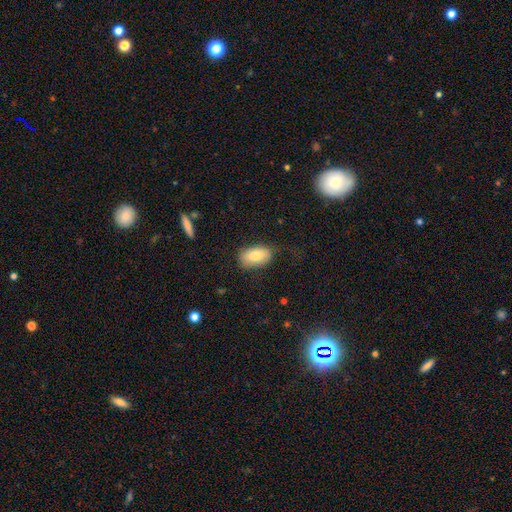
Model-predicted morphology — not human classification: Overall: smooth (80%). How rounded: in between (92%). Merging: none (72%).